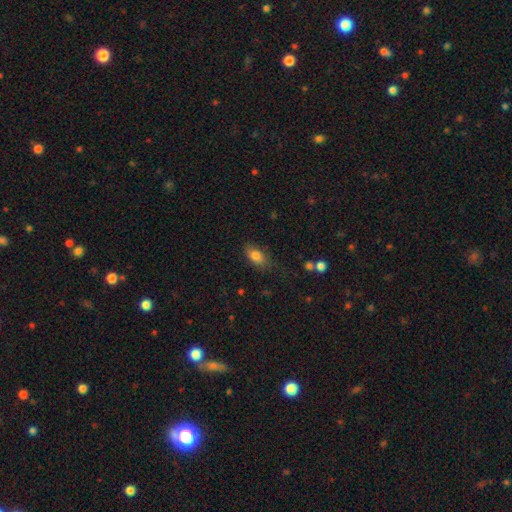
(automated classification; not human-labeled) smooth 82%, featured or disk 9%, star or artifact 8%. Down the decision tree: how rounded — in between (87%); merging — none (73%).